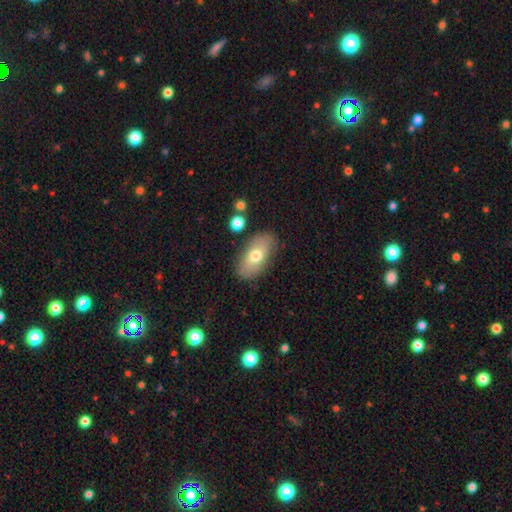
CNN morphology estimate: A smooth galaxy with no disk features (68%) that is in between round and cigar-shaped (90%).

Vote fractions:
- Smooth or featured? smooth: 68% / featured or disk: 26% / star or artifact: 7%
- How rounded? in between: 90% / cigar-shaped: 6% / round: 4%
- Merging? none: 83% / minor disturbance: 12% / major disturbance: 3% / merger: 3%